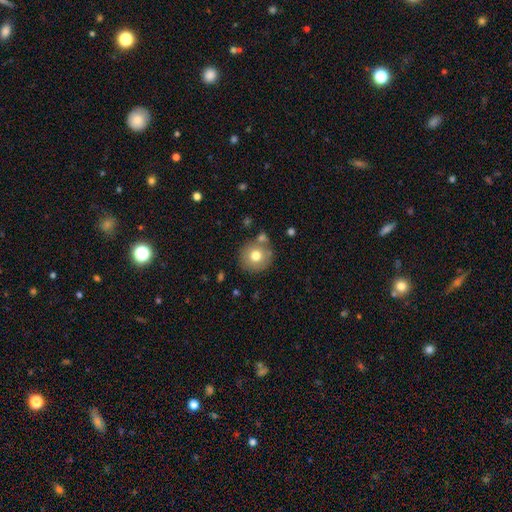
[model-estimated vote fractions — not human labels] Morphology: type=smooth (73%); roundness=round (92%); merging=none (75%).